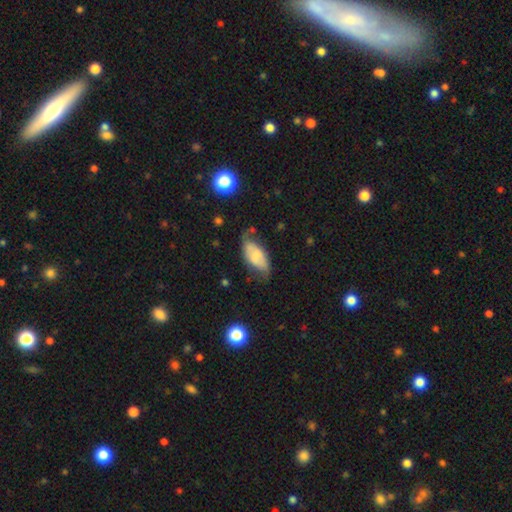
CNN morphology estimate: A smooth galaxy with no disk features (54%) that is in between round and cigar-shaped (91%). Merging: none (47%).